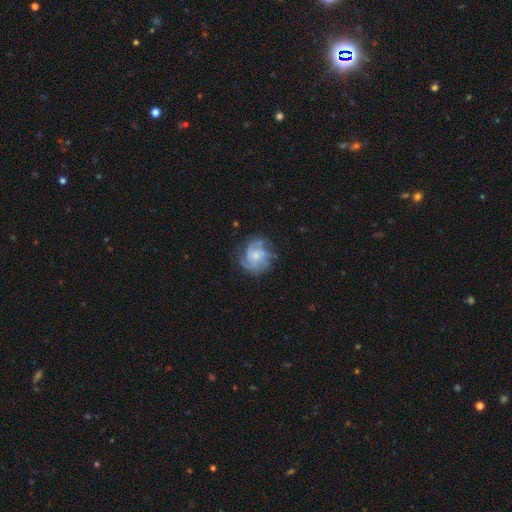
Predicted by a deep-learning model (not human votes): A featured or disk galaxy (68%) with no bar (72%), tight (41%, tied with medium) spiral arms (87%) and a small central bulge (51%). Merging: none (66%).